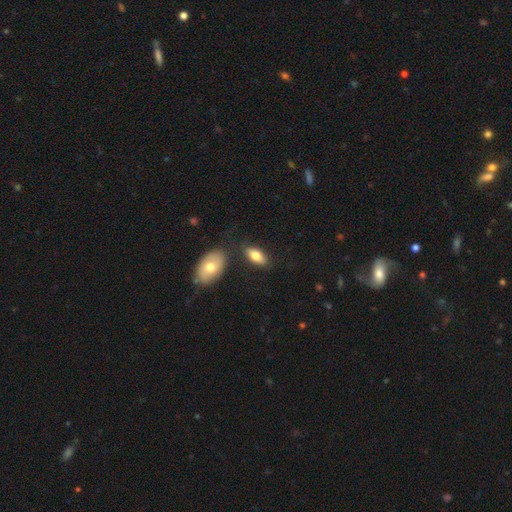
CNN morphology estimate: smooth_or_featured: smooth (p=0.75) [alt: featured or disk p=0.18]
how_rounded: in between (p=0.88) [alt: cigar-shaped p=0.09]
merging: none (p=0.77) [alt: minor disturbance p=0.11]